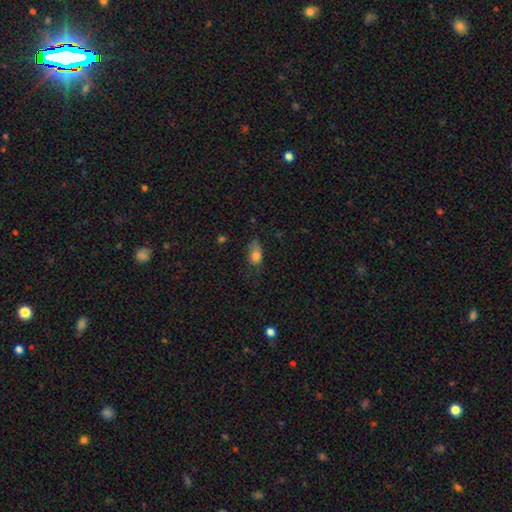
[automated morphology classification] Smooth or featured: smooth — 80% (featured or disk — 10%)
How rounded: in between — 81% (round — 15%)
Merging: none — 37% (tied with minor disturbance — 37%)